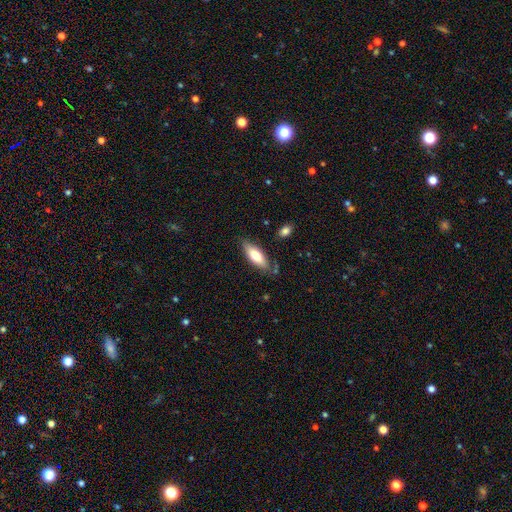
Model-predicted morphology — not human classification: This is likely a smooth galaxy (71%). How rounded: likely in between (64%). Merging: likely none (78%).